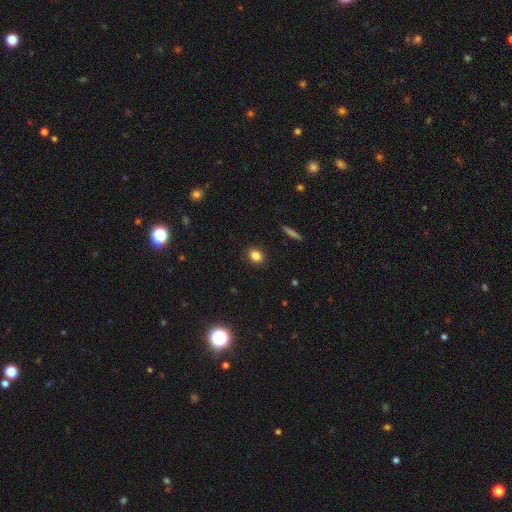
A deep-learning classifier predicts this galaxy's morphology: smooth_or_featured: smooth (p=0.84) [alt: star or artifact p=0.10]
how_rounded: in between (p=0.61) [alt: round p=0.36]
merging: none (p=0.88) [alt: minor disturbance p=0.08]